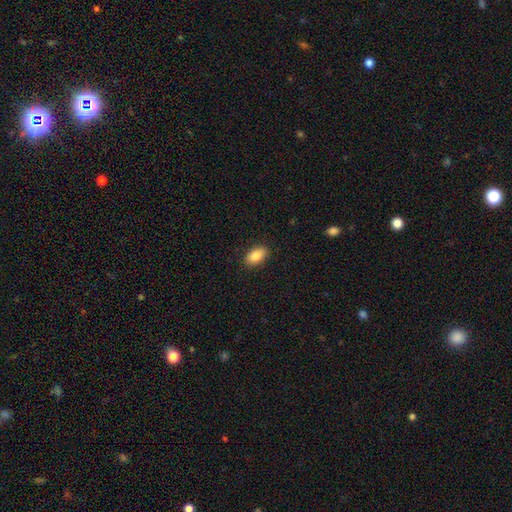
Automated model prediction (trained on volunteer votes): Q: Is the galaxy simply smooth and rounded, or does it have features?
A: smooth — 88%.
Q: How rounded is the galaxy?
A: in between — 93%.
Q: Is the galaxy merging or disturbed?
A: none — 89%.